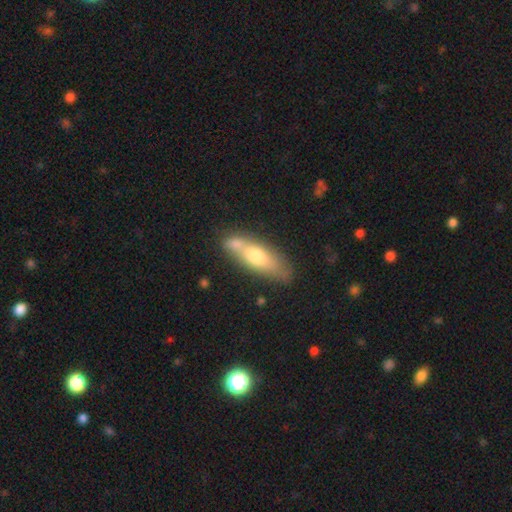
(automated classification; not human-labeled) This is possibly a smooth galaxy (57%). How rounded: possibly cigar-shaped (50%). Merging: possibly none (59%).